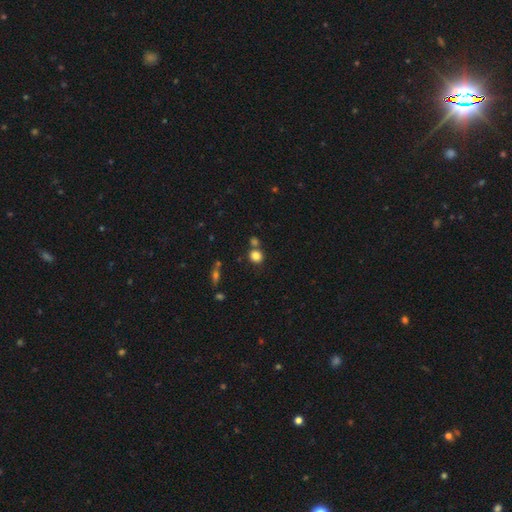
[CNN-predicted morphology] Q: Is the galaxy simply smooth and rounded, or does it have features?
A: smooth — 83%.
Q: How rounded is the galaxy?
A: round — 79%.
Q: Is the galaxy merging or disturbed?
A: none — 67%.